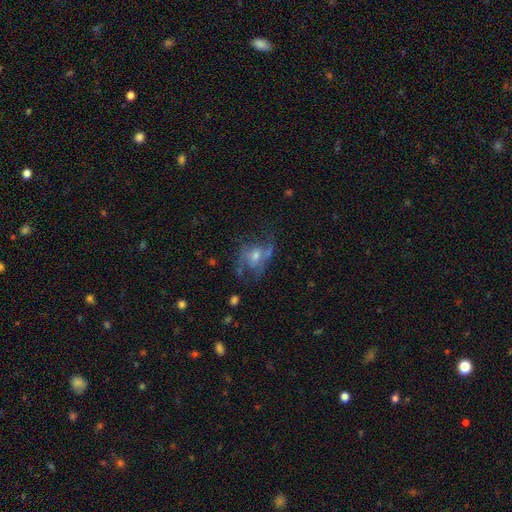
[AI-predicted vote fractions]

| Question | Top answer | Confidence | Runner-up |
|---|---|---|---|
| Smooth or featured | featured or disk | 66% | smooth (23%) |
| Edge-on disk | no | 96% | yes (4%) |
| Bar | no | 56% | weak (37%) |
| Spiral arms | yes | 70% | no (30%) |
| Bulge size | moderate | 50% | small (35%) |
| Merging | none | 42% | major disturbance (32%) |